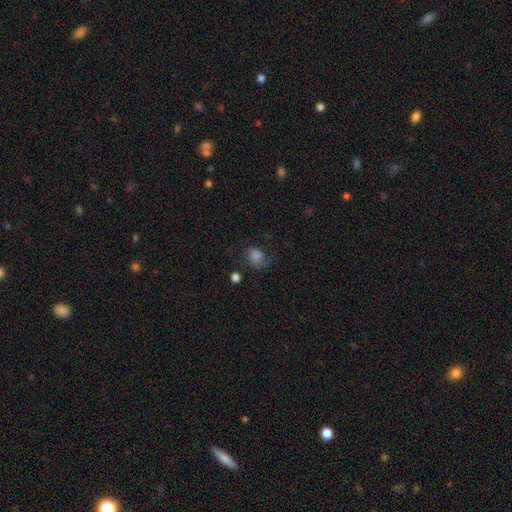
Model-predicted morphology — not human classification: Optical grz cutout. It shows a smooth galaxy with no disk features (61%) that is round (56%). Merging: none (47%).